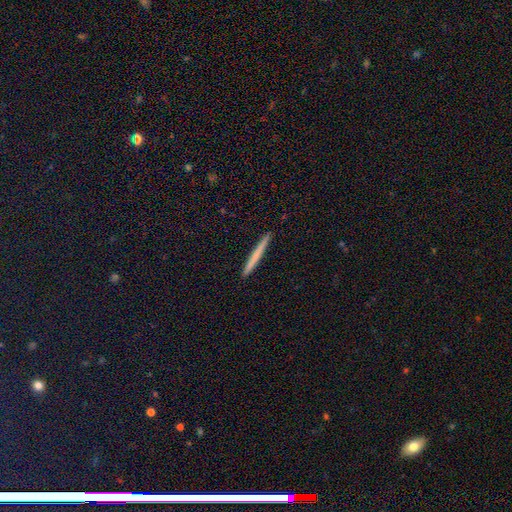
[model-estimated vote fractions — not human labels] This is likely a smooth galaxy (63%). How rounded: clearly cigar-shaped (97%). Merging: clearly none (93%).